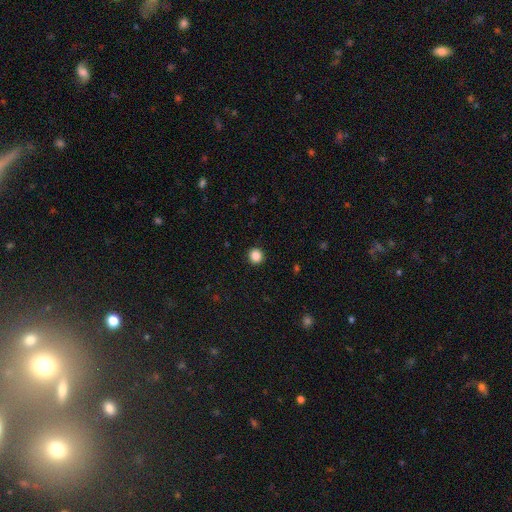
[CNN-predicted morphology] Smooth or featured?
  - smooth: 87% *
  - star or artifact: 10%
  - featured or disk: 3%
How rounded?
  - round: 92% *
  - in between: 7%
  - cigar-shaped: 1%
Merging?
  - none: 93% *
  - minor disturbance: 5%
  - major disturbance: 2%
  - merger: 1%